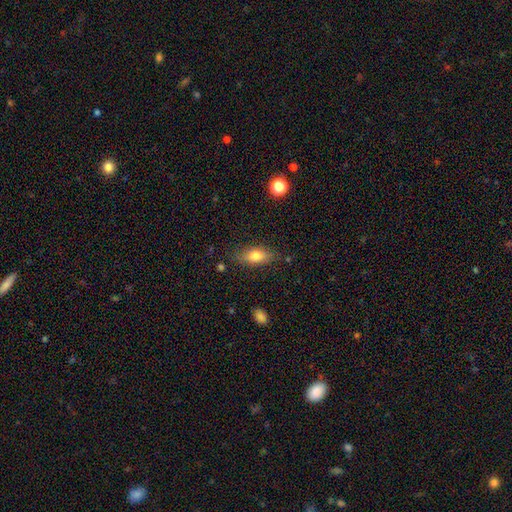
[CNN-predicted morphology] type=smooth (72%); roundness=in between (77%); merging=none (79%).